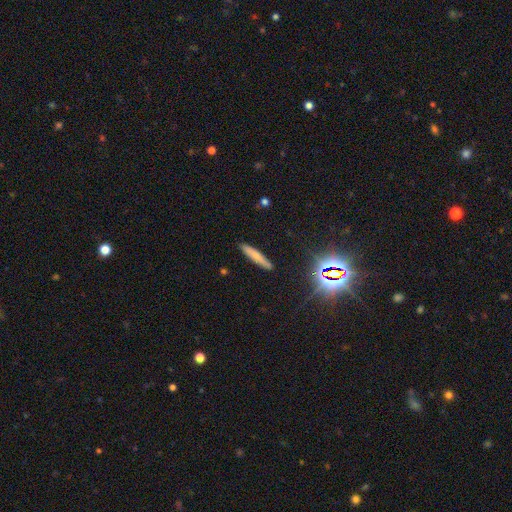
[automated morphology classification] The model was most divided on "smooth or featured": smooth: 65%, featured or disk: 23%, star or artifact: 12%. More confident: how rounded — cigar-shaped (90%); merging — none (88%).